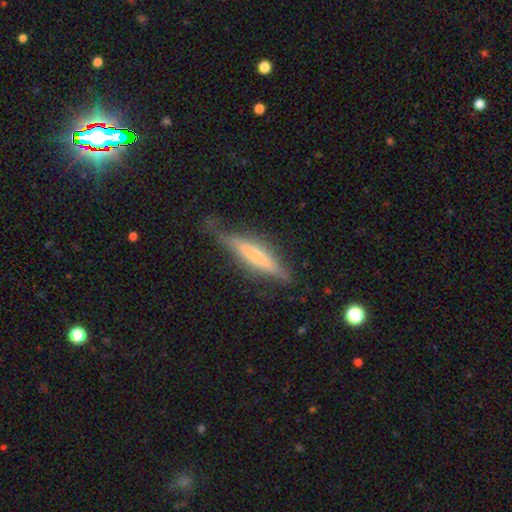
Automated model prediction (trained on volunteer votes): This is possibly a featured or disk galaxy (48%). Merging: likely none (72%).